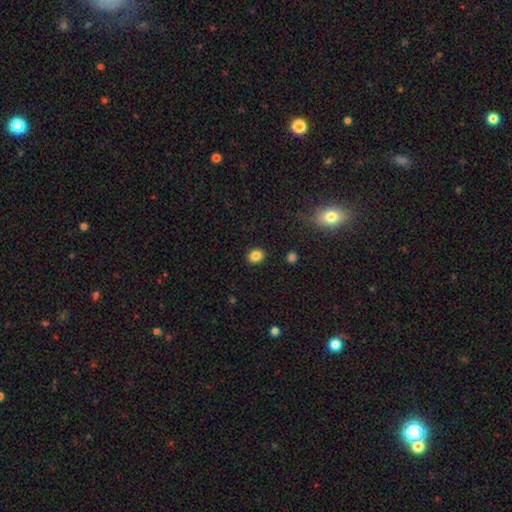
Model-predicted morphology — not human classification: This appears to be a smooth galaxy with no disk features (84%) that is round (71%). Merging: none (90%).